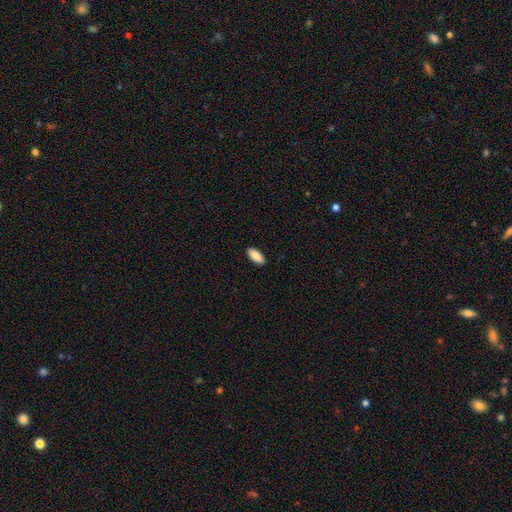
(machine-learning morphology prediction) type=smooth (90%); roundness=in between (84%); merging=none (90%).